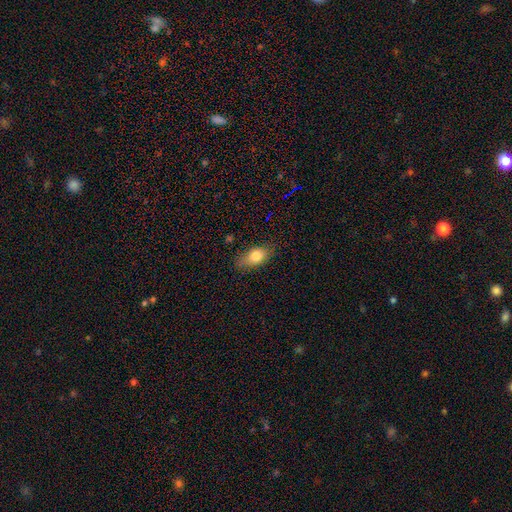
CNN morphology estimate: smooth-or-featured: smooth: 78% | featured or disk: 14% | star or artifact: 8%
  how-rounded: in between: 85% | round: 9% | cigar-shaped: 6%
  merging: none: 75% | minor disturbance: 20% | major disturbance: 4% | merger: 1%